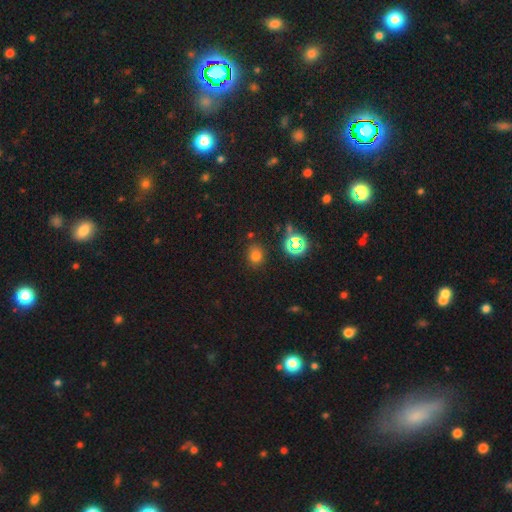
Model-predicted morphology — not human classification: Smooth or featured: smooth — 68% (star or artifact — 25%)
How rounded: round — 70% (in between — 29%)
Merging: none — 82% (minor disturbance — 11%)